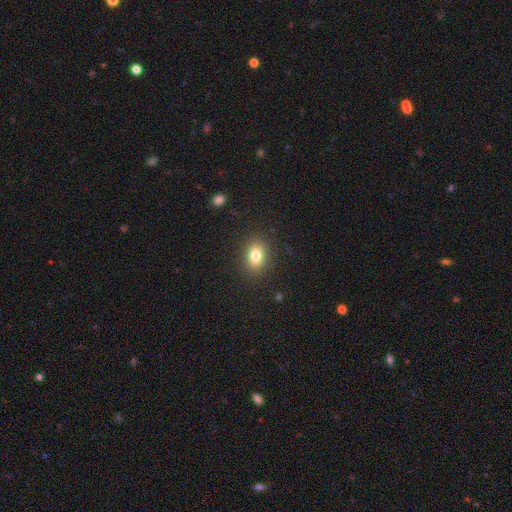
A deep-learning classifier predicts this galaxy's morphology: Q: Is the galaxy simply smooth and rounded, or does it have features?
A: smooth — 81%.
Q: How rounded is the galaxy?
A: in between — 71%.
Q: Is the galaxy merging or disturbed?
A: none — 87%.